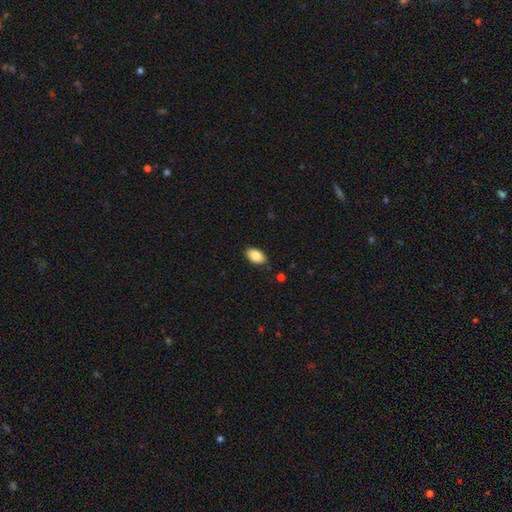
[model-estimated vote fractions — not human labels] A smooth galaxy with no disk features (88%) that is in between round and cigar-shaped (93%).

Vote fractions:
- Smooth or featured? smooth: 88% / star or artifact: 7% / featured or disk: 5%
- How rounded? in between: 93% / round: 5% / cigar-shaped: 2%
- Merging? none: 85% / minor disturbance: 12% / major disturbance: 2% / merger: 1%